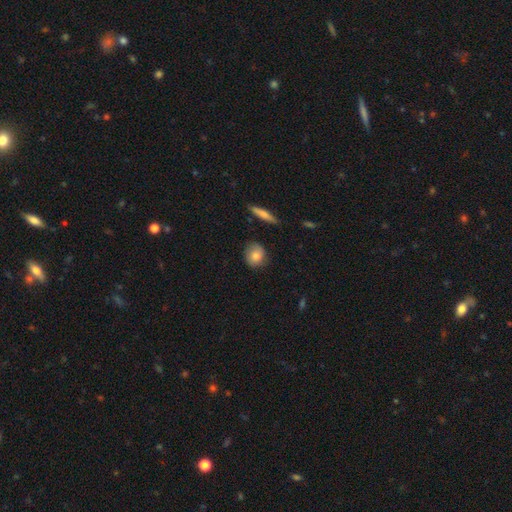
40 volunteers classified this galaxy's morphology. This appears to be a smooth galaxy with no disk features (80%) that is round (81%). Merging: none (83%).